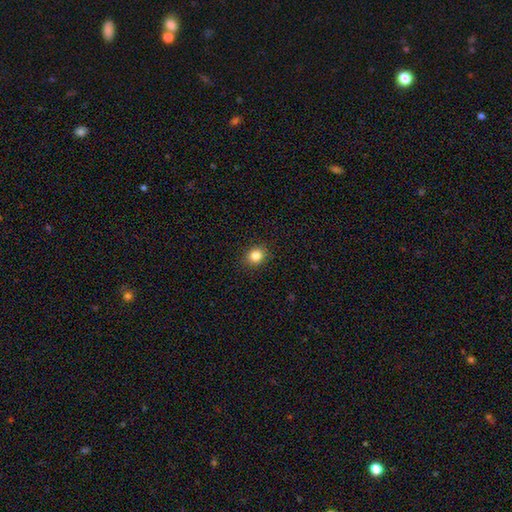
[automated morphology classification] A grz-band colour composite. It shows a smooth galaxy with no disk features (84%) that is round (74%). Merging: none (90%).